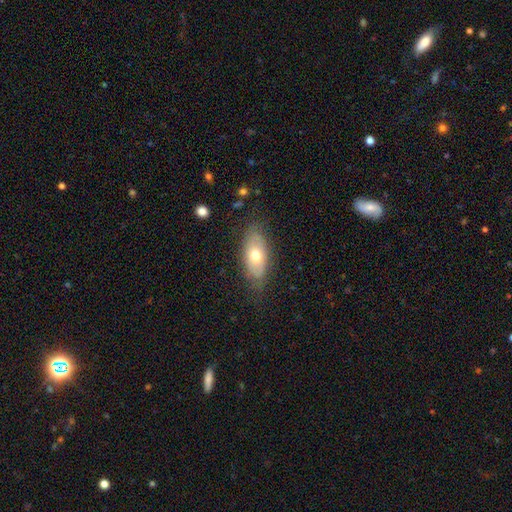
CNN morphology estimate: Smooth or featured?
  - smooth: 63% *
  - featured or disk: 30%
  - star or artifact: 7%
How rounded?
  - in between: 87% *
  - cigar-shaped: 8%
  - round: 5%
Merging?
  - none: 74% *
  - minor disturbance: 19%
  - major disturbance: 5%
  - merger: 1%